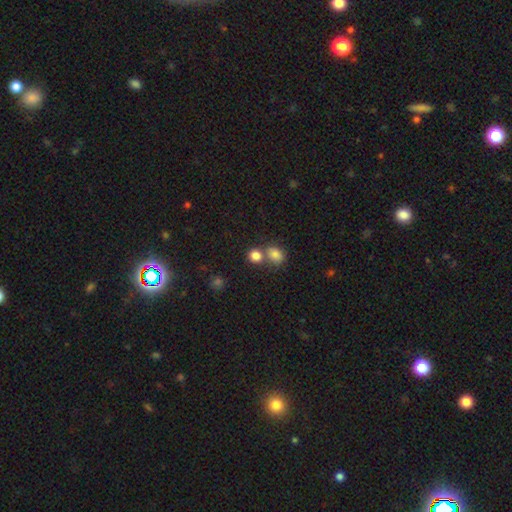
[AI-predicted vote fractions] This appears to be a smooth galaxy with no disk features (82%) that is round (72%). Merging: none (50%).